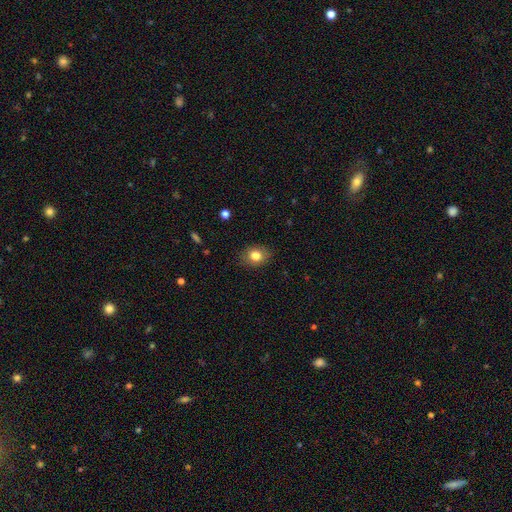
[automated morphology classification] Q: Smooth or featured?
A: smooth (81%); runner-up: star or artifact (10%)
Q: How rounded?
A: in between (50%); runner-up: round (49%)
Q: Merging?
A: none (84%); runner-up: minor disturbance (12%)